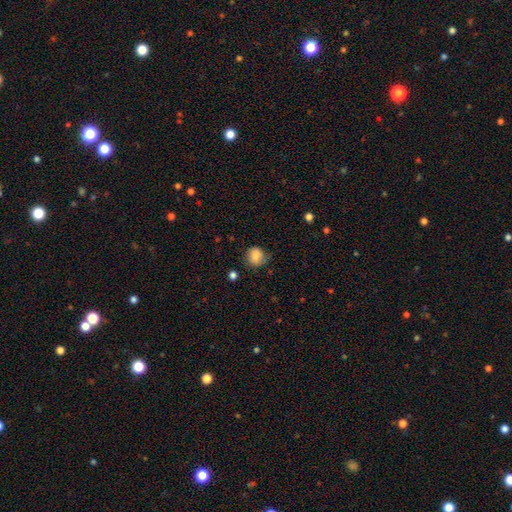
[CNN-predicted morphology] Smooth or featured: smooth — 81% (featured or disk — 10%)
How rounded: round — 78% (in between — 21%)
Merging: none — 71% (minor disturbance — 21%)